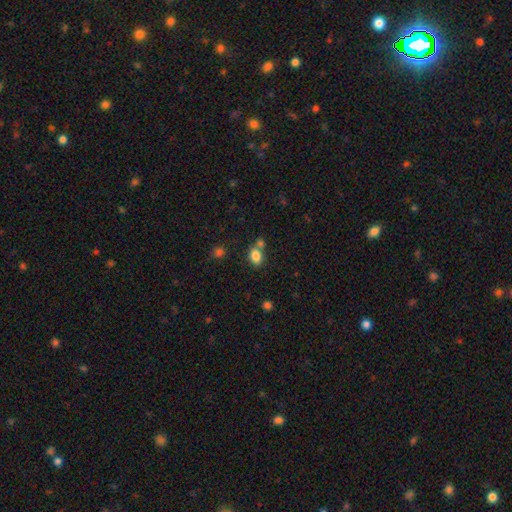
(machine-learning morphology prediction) The model was most divided on "merging": none: 54%, merger: 30%, minor disturbance: 12%, major disturbance: 4%. More confident: smooth or featured — smooth (84%); how rounded — in between (76%).